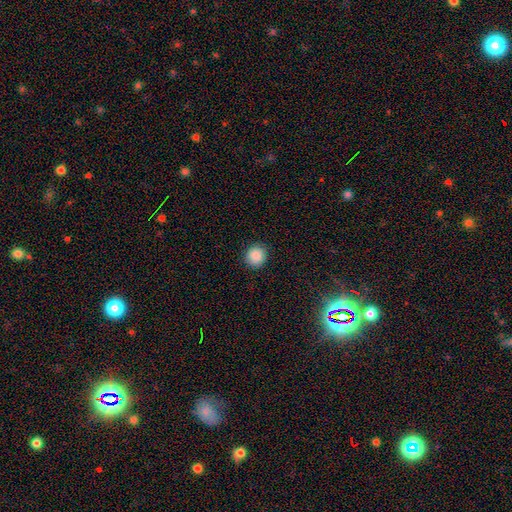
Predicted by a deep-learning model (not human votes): Morphology: type=smooth (88%); roundness=round (89%); merging=none (91%).